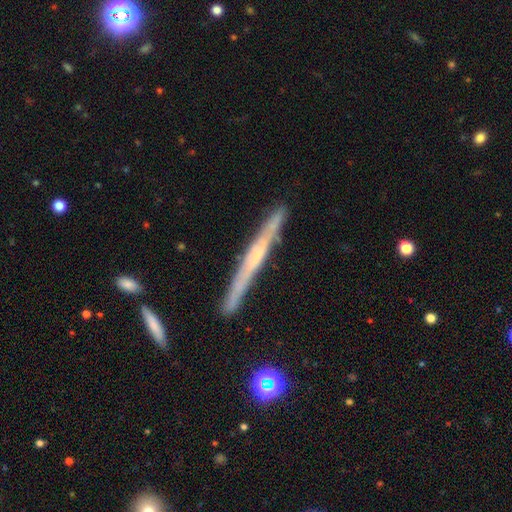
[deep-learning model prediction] Smooth or featured? featured or disk (70%)
Edge-on disk? yes (96%)
Edge-on bulge? none (52%)
Merging? none (85%)